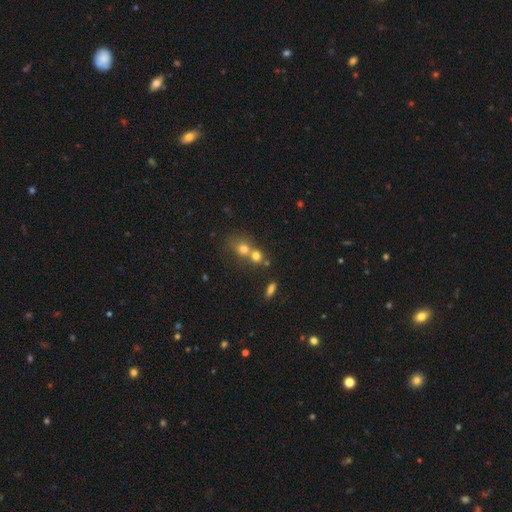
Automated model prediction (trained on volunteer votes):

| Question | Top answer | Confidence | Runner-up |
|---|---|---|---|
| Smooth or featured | smooth | 70% | star or artifact (15%) |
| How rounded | round | 76% | in between (22%) |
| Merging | merger | 60% | none (30%) |